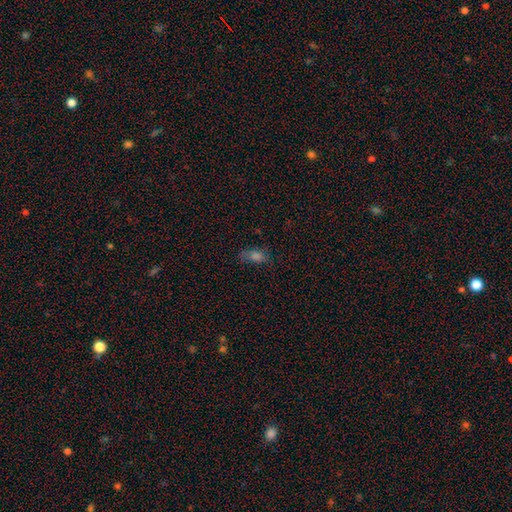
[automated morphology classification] smooth_or_featured: smooth (p=0.64) [alt: star or artifact p=0.22]
how_rounded: in between (p=0.79) [alt: cigar-shaped p=0.11]
merging: none (p=0.64) [alt: minor disturbance p=0.24]